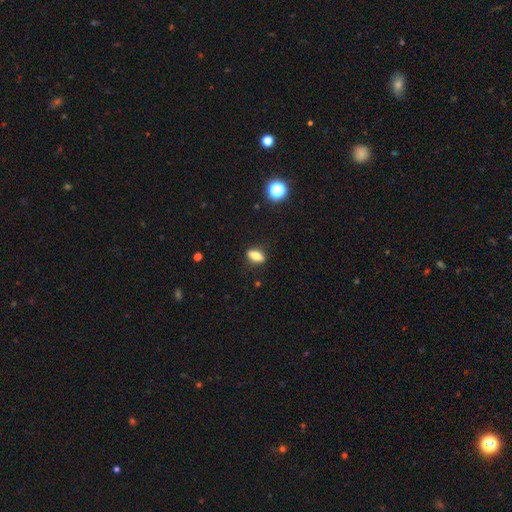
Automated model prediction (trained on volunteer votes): Morphology: type=smooth (68%); roundness=in between (69%); merging=none (86%).